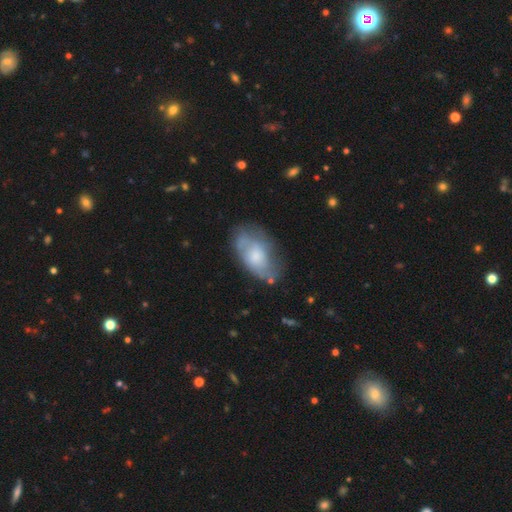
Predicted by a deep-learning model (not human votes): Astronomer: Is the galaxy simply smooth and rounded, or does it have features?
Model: featured or disk — 49% (runner-up: smooth, 44%).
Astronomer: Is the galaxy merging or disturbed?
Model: none — 59%.